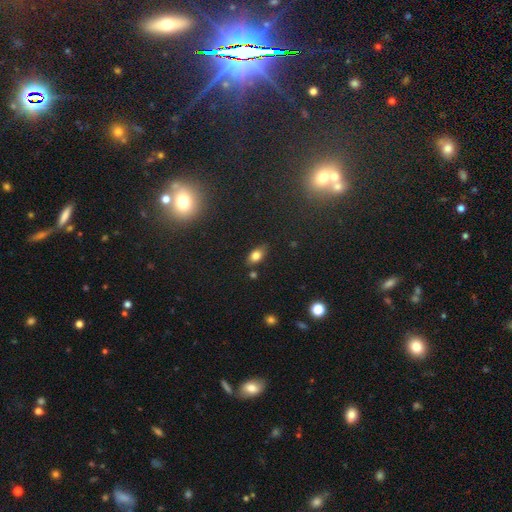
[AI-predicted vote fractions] smooth_or_featured: smooth (p=0.78) [alt: featured or disk p=0.11]
how_rounded: in between (p=0.86) [alt: round p=0.10]
merging: none (p=0.77) [alt: minor disturbance p=0.16]